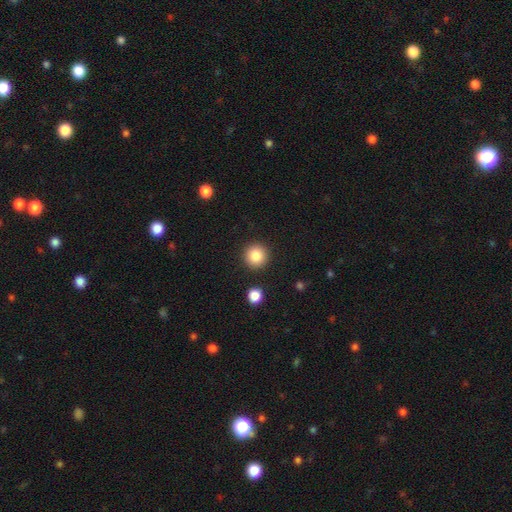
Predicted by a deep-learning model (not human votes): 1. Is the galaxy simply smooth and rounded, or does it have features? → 86% smooth, 9% star or artifact, 5% featured or disk.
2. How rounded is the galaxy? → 95% round, 4% in between, 1% cigar-shaped.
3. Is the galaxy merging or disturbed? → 90% none, 5% minor disturbance, 2% merger, 2% major disturbance.